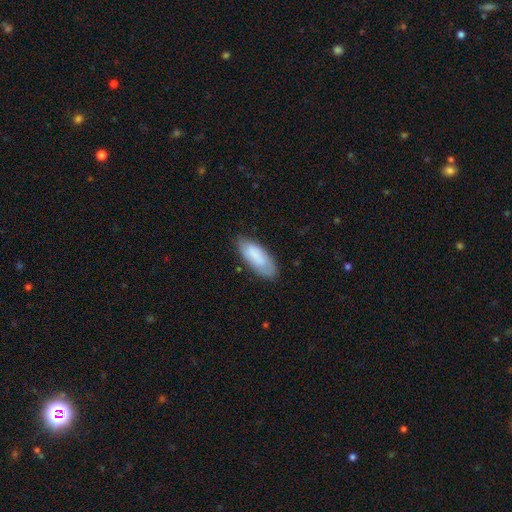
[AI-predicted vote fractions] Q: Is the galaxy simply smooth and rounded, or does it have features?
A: smooth — 78%.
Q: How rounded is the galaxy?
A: in between — 79%.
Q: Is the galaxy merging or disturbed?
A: none — 74%.